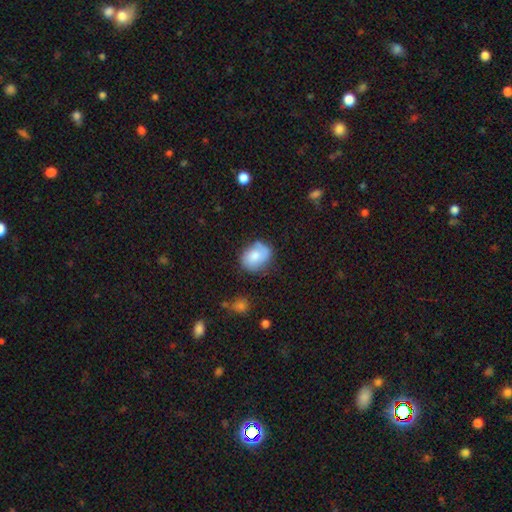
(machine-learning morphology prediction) Overall: smooth (71%). How rounded: in between (54%; round 45%). Merging: none (65%).